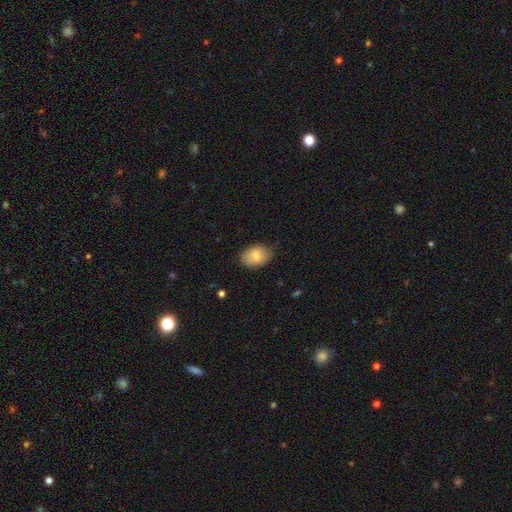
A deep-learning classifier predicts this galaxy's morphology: The model was most divided on "merging": none: 75%, minor disturbance: 21%, major disturbance: 3%, merger: 1%. More confident: smooth or featured — smooth (83%); how rounded — in between (82%).